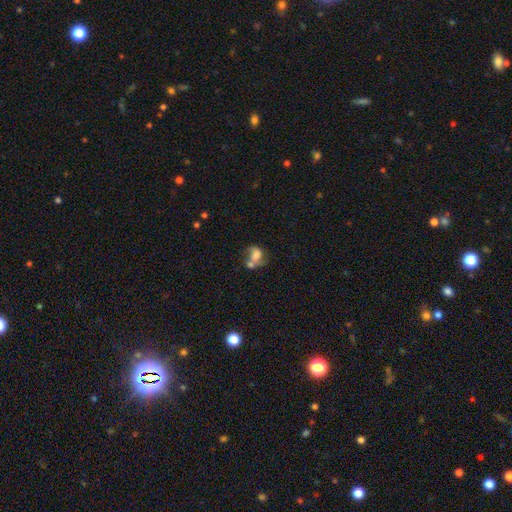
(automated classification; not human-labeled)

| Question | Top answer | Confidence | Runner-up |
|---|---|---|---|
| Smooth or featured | smooth | 52% | featured or disk (36%) |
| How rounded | in between | 57% | round (42%) |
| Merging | merger | 45% | none (24%) |